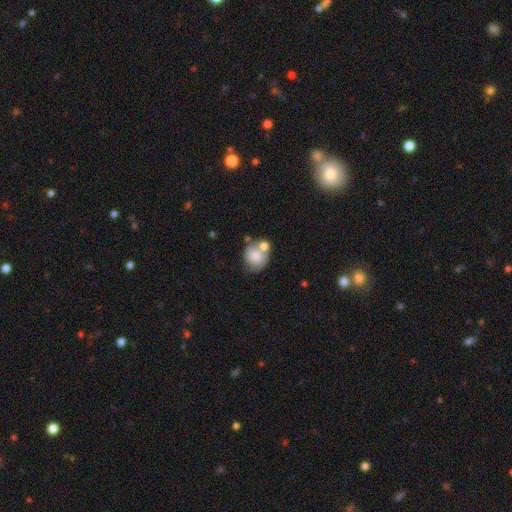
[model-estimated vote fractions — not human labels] Smooth or featured? smooth (71%)
How rounded? round (64%)
Merging? merger (36%)